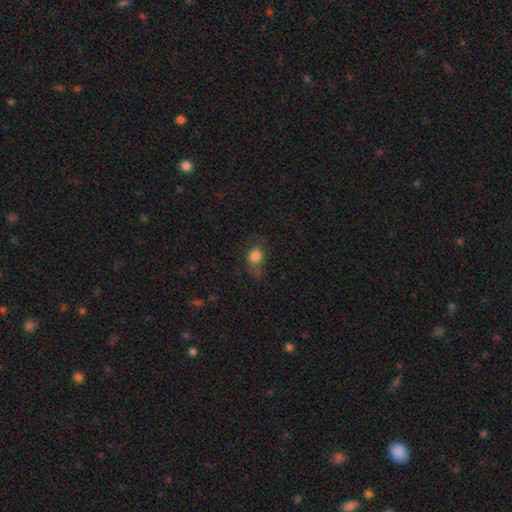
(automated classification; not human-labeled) A smooth galaxy with no disk features (79%) that is round (59%). Merging: none (54%).